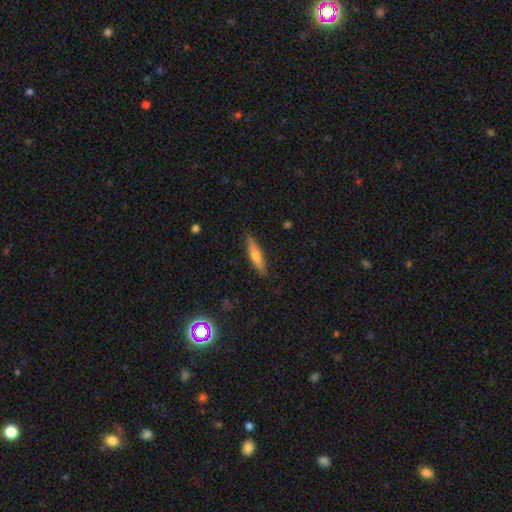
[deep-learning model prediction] Smooth or featured?
  - smooth: 52% *
  - featured or disk: 41%
  - star or artifact: 7%
How rounded?
  - cigar-shaped: 81% *
  - in between: 17%
  - round: 2%
Merging?
  - none: 88% *
  - minor disturbance: 9%
  - major disturbance: 2%
  - merger: 1%